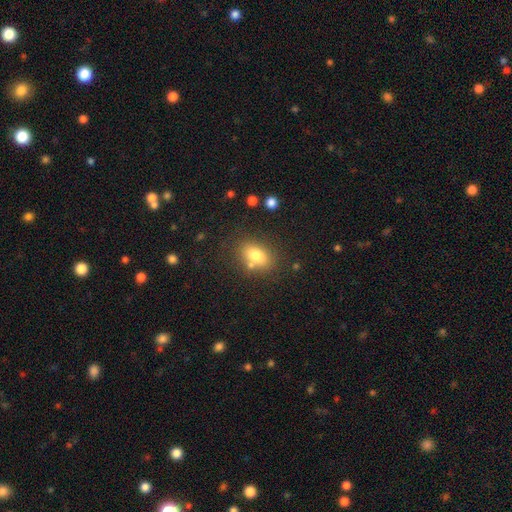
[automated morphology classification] Q: Smooth or featured?
A: smooth (78%); runner-up: featured or disk (12%)
Q: How rounded?
A: in between (81%); runner-up: round (17%)
Q: Merging?
A: none (70%); runner-up: minor disturbance (13%)